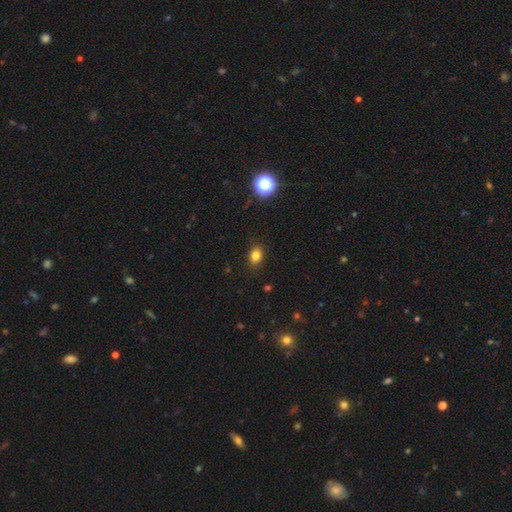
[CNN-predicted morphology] A smooth galaxy with no disk features (81%) that is in between round and cigar-shaped (58%). Merging: none (85%).